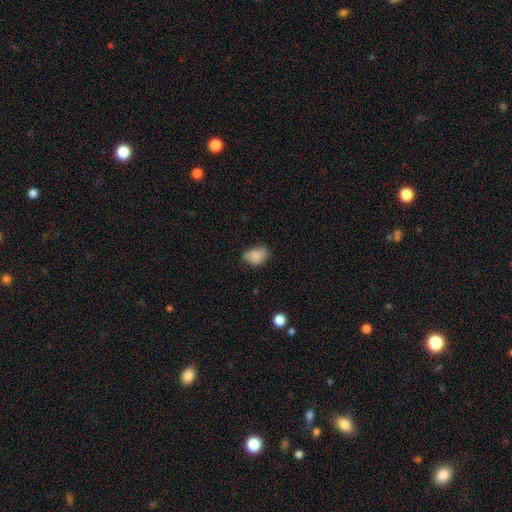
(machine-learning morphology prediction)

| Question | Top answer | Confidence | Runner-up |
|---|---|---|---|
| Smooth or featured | smooth | 81% | featured or disk (11%) |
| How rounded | in between | 73% | round (25%) |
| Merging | none | 61% | minor disturbance (30%) |